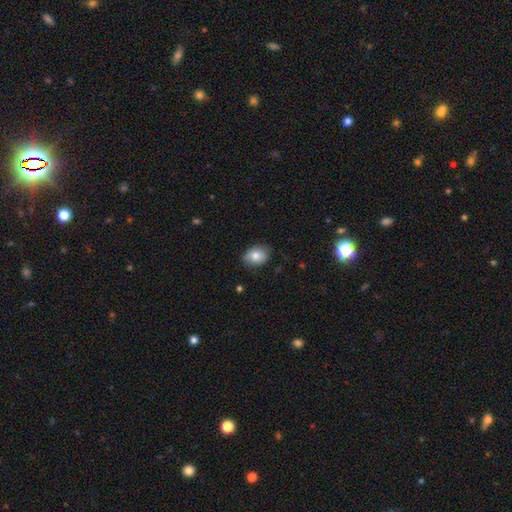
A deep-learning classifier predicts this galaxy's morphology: The model was most divided on "how rounded": in between: 63%, round: 36%, cigar-shaped: 1%. More confident: smooth or featured — smooth (81%); merging — none (78%).